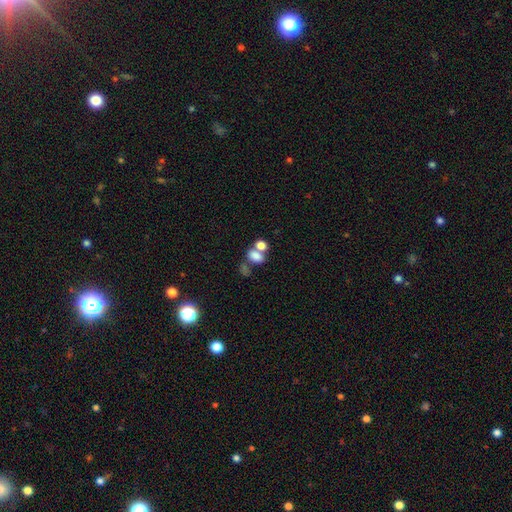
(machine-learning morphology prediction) The model was most divided on "merging": merger: 55%, none: 30%, minor disturbance: 9%, major disturbance: 7%. More confident: how rounded — in between (78%); smooth or featured — smooth (76%).